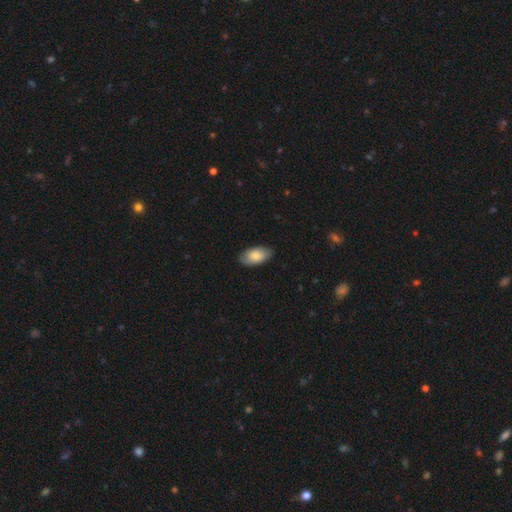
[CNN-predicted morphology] Q: Smooth or featured?
A: smooth (78%); runner-up: featured or disk (16%)
Q: How rounded?
A: in between (94%); runner-up: round (3%)
Q: Merging?
A: none (82%); runner-up: minor disturbance (14%)